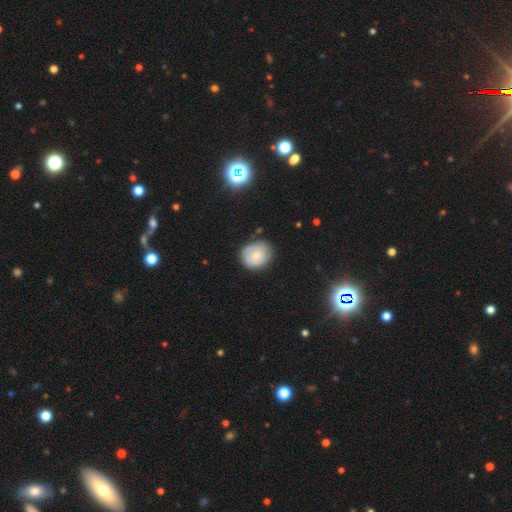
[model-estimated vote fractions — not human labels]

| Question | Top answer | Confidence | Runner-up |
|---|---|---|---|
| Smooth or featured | smooth | 57% | featured or disk (35%) |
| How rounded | round | 71% | in between (28%) |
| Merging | none | 74% | minor disturbance (20%) |